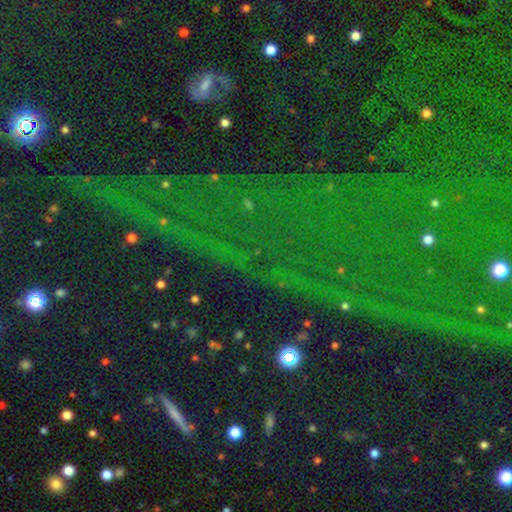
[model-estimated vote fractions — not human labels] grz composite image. It shows a star or artifact, not a galaxy (82%).